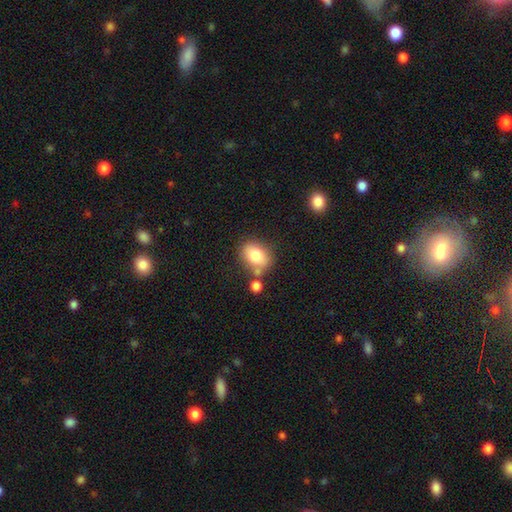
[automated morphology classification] Smooth or featured: smooth — 80% (featured or disk — 11%)
How rounded: in between — 72% (round — 27%)
Merging: none — 63% (minor disturbance — 17%)